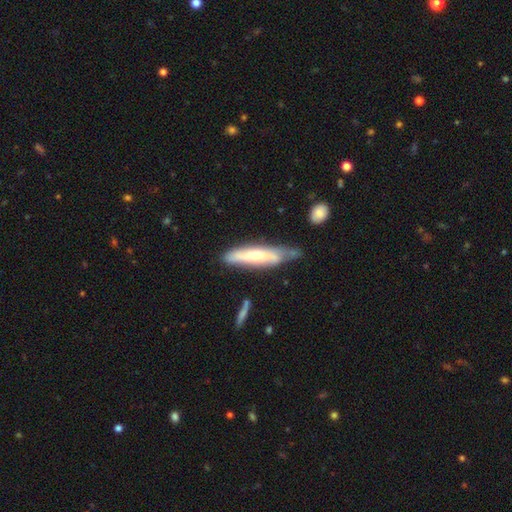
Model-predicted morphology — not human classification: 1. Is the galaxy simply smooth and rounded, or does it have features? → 47% smooth (tied), 47% featured or disk (tied), 6% star or artifact.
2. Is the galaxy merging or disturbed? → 52% none, 32% minor disturbance, 9% major disturbance, 7% merger.